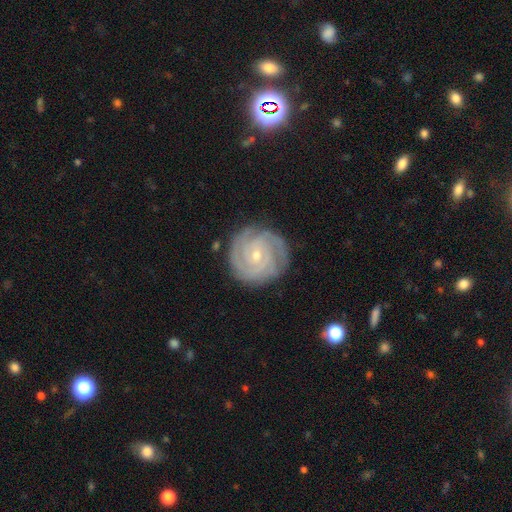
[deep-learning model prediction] This appears to be a featured or disk galaxy (88%) with no bar (59%), 3 (32%) tight (82%) spiral arms (98%) and a small central bulge (72%). Merging: none (84%).